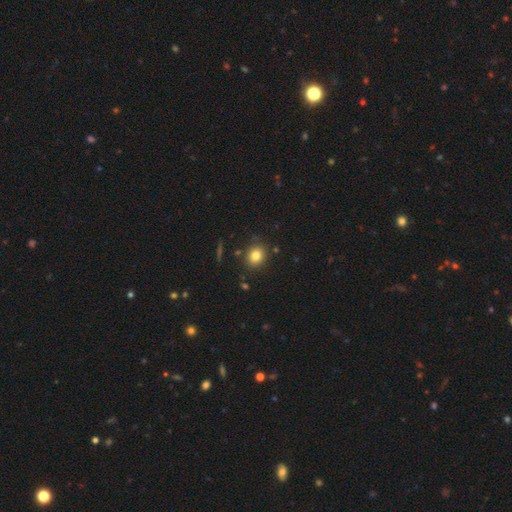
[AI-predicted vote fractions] Smooth or featured?
  - smooth: 81% *
  - star or artifact: 12%
  - featured or disk: 8%
How rounded?
  - round: 66% *
  - in between: 33%
  - cigar-shaped: 1%
Merging?
  - none: 85% *
  - minor disturbance: 9%
  - merger: 3%
  - major disturbance: 3%